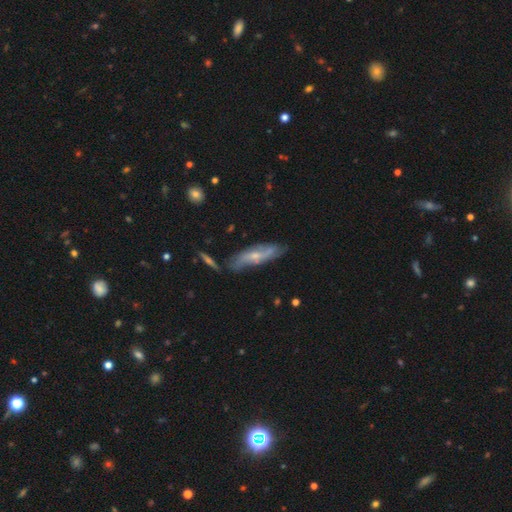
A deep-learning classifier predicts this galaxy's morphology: type=featured or disk (65%); edge-on=no (67%); merging=none (67%).